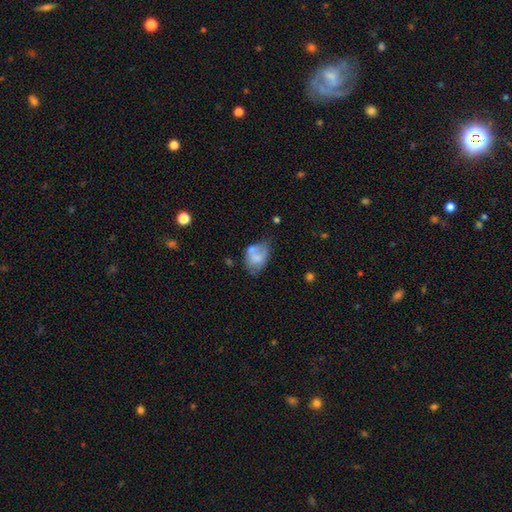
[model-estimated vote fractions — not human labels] A smooth galaxy with no disk features (62%) that is in between round and cigar-shaped (80%). Merging: none (32%).